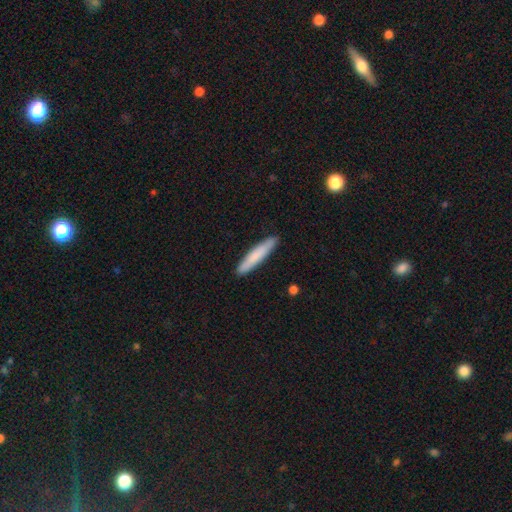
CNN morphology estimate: This appears to be a smooth galaxy with no disk features (78%) that is cigar-shaped (92%). Merging: none (89%).